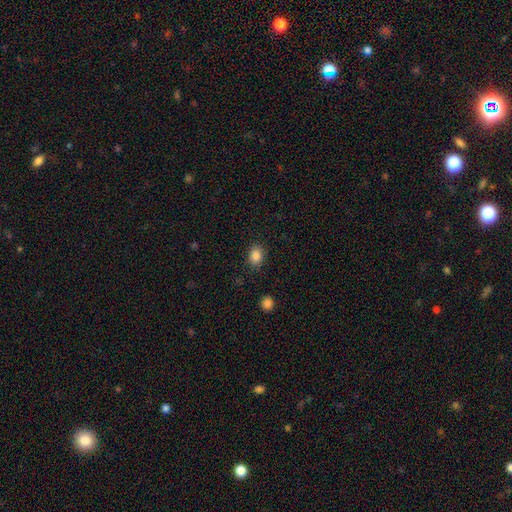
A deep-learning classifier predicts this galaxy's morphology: This is clearly a smooth galaxy (86%). How rounded: possibly in between (55%). Merging: clearly none (84%).